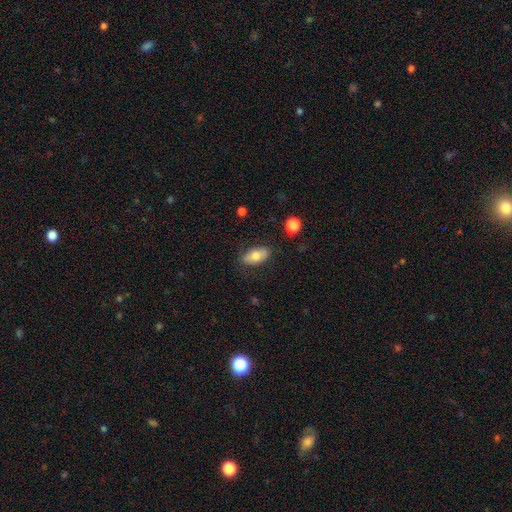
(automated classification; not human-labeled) Overall: smooth (74%). How rounded: in between (90%). Merging: none (81%).